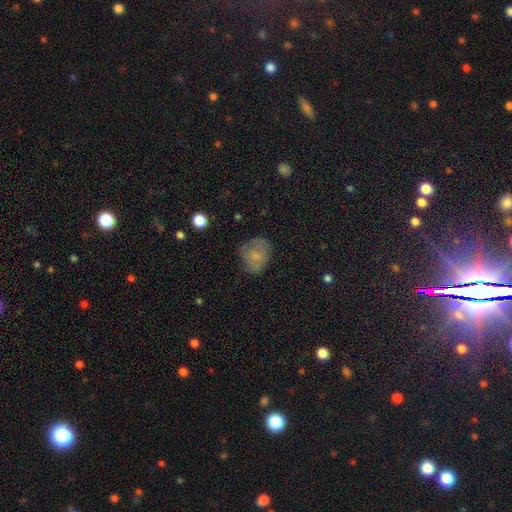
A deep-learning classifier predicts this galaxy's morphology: Q: Smooth or featured?
A: smooth (67%); runner-up: featured or disk (22%)
Q: How rounded?
A: round (65%); runner-up: in between (34%)
Q: Merging?
A: none (62%); runner-up: minor disturbance (25%)